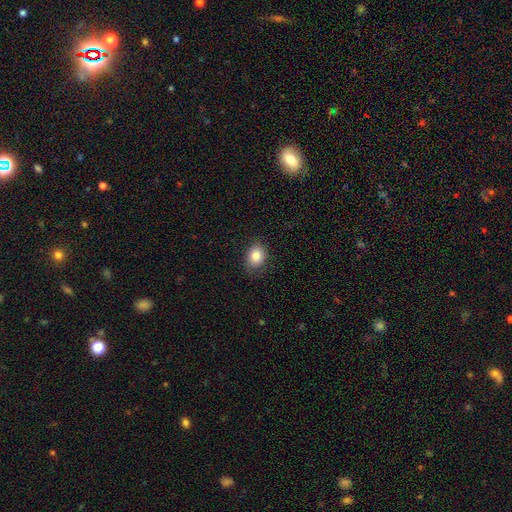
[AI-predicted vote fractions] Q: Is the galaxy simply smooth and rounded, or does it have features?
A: smooth — 83%.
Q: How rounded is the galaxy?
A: in between — 56%.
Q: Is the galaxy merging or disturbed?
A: none — 83%.